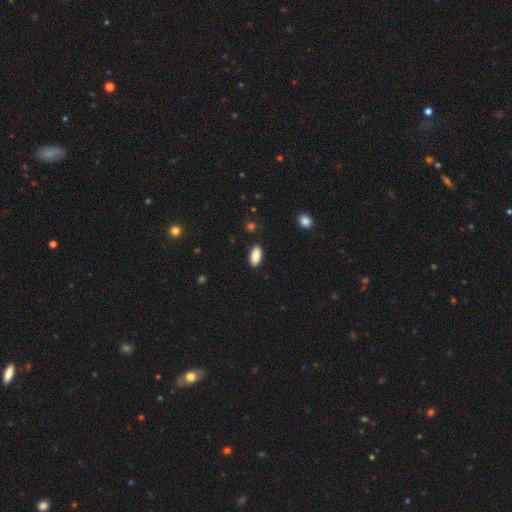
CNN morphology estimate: Q: Smooth or featured?
A: smooth (89%); runner-up: star or artifact (7%)
Q: How rounded?
A: in between (92%); runner-up: cigar-shaped (6%)
Q: Merging?
A: none (88%); runner-up: minor disturbance (9%)